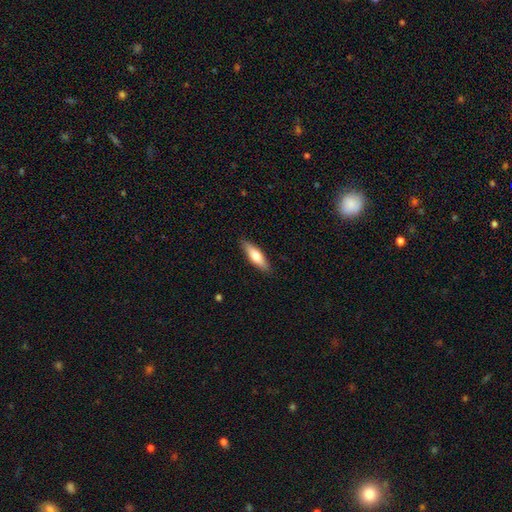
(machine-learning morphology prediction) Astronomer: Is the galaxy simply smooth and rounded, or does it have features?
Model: smooth — 65%.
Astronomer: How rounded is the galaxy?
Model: cigar-shaped — 59% (runner-up: in between, 39%).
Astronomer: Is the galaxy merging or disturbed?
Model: none — 89%.